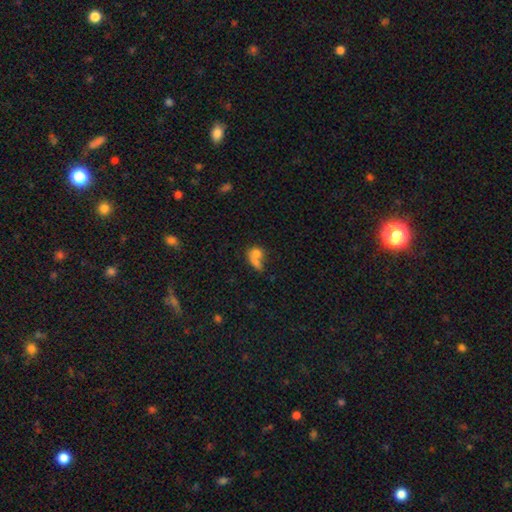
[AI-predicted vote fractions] Smooth or featured?
  - smooth: 71% *
  - featured or disk: 16%
  - star or artifact: 12%
How rounded?
  - round: 47% * (tied)
  - in between: 47% * (tied)
  - cigar-shaped: 6%
Merging?
  - merger: 48% *
  - none: 27%
  - major disturbance: 13%
  - minor disturbance: 11%